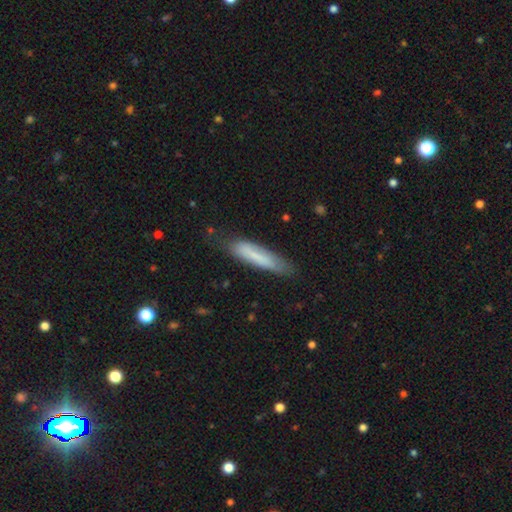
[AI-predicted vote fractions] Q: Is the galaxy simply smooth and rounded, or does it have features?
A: smooth — 72%.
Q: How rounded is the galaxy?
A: cigar-shaped — 81%.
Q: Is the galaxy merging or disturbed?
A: none — 72%.